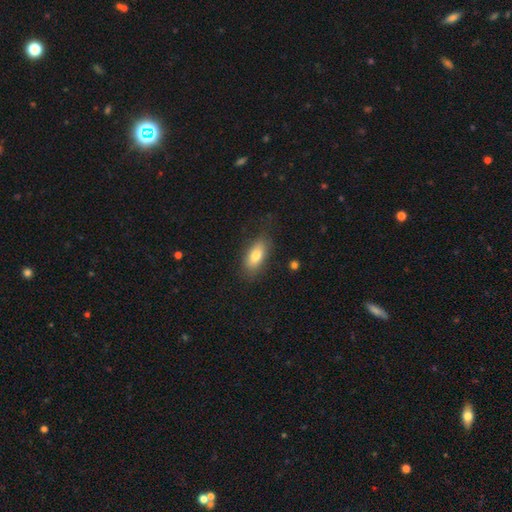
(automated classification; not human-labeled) A smooth galaxy with no disk features (79%) that is in between round and cigar-shaped (87%). Merging: none (77%).